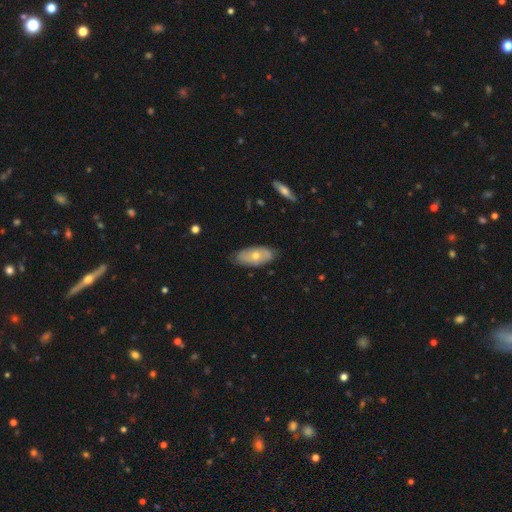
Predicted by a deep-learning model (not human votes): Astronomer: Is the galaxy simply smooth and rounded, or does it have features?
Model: smooth — 47% (runner-up: featured or disk, 46%).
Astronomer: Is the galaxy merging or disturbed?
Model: none — 81%.